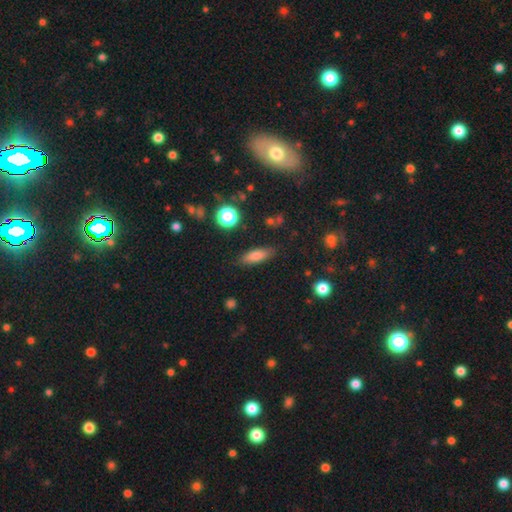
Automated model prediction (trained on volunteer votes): Smooth or featured: smooth — 77% (featured or disk — 13%)
How rounded: in between — 57% (cigar-shaped — 39%)
Merging: none — 84% (minor disturbance — 11%)